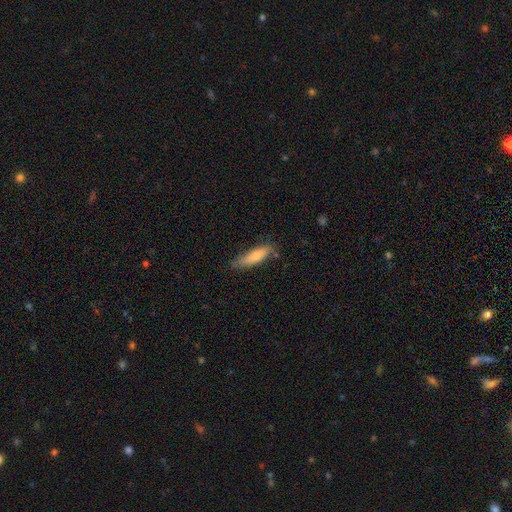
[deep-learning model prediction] smooth 78%, featured or disk 16%, star or artifact 6%. Down the decision tree: how rounded — cigar-shaped (63%); merging — none (70%).